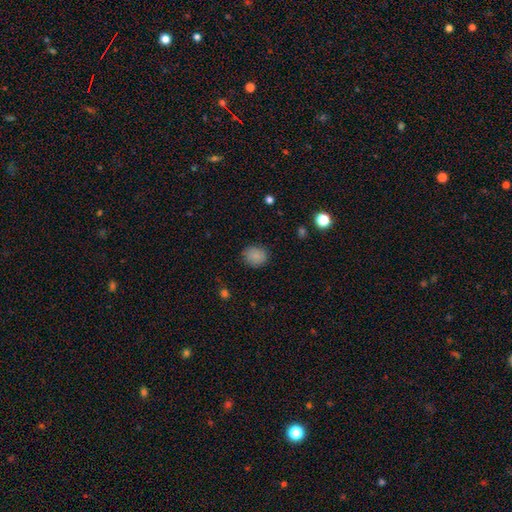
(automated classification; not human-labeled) Smooth or featured? Predicted: smooth (p=0.86). How rounded? Predicted: round (p=0.72). Merging? Predicted: none (p=0.85).